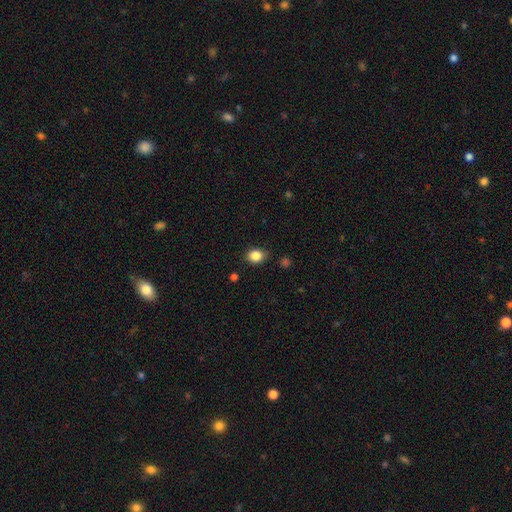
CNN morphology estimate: A smooth galaxy with no disk features (85%) that is round (51%).

Vote fractions:
- Smooth or featured? smooth: 85% / star or artifact: 10% / featured or disk: 5%
- How rounded? round: 51% / in between: 48% / cigar-shaped: 1%
- Merging? none: 84% / minor disturbance: 12% / major disturbance: 3% / merger: 2%